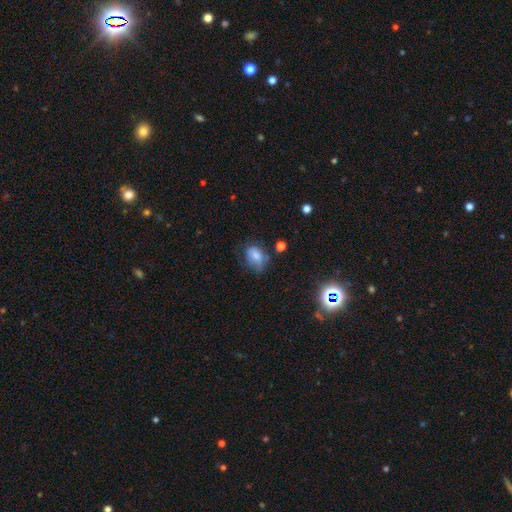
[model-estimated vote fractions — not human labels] Overall: smooth (68%). How rounded: in between (74%). Merging: none (42%; minor disturbance 35%).